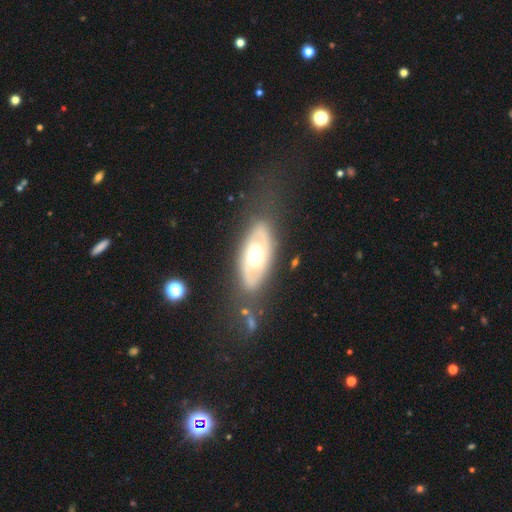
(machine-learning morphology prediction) This is likely a featured or disk galaxy (63%). It is clearly not viewed edge-on (86%). Bar: likely no (73%). Spiral arm pattern: likely no (69%). Central bulge: possibly large (45%, tied with moderate). Merging: likely none (72%).